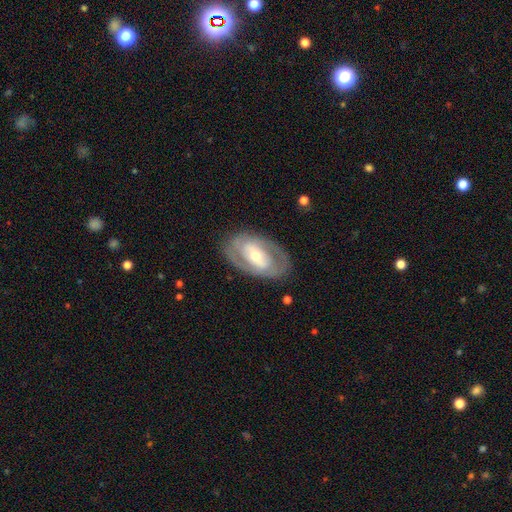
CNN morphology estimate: Overall: featured or disk (74%). Edge-on disk: no (93%). Bar: strong (35%, tied with weak). Spiral arms: yes (60%; no 40%). Bulge size: moderate (53%; small 39%). Merging: none (80%).